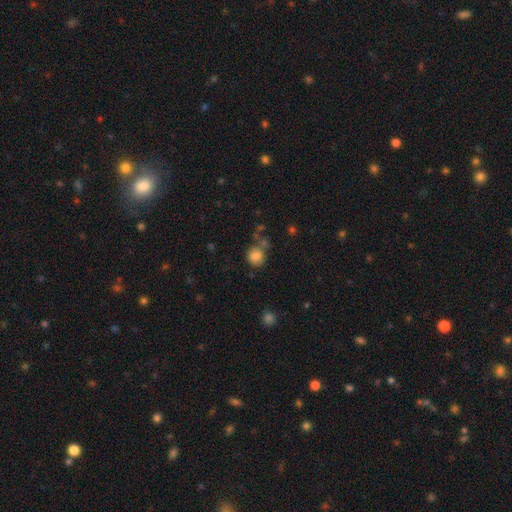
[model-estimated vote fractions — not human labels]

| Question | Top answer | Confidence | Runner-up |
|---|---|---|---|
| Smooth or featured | smooth | 83% | star or artifact (11%) |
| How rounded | round | 83% | in between (16%) |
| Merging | none | 60% | minor disturbance (17%) |